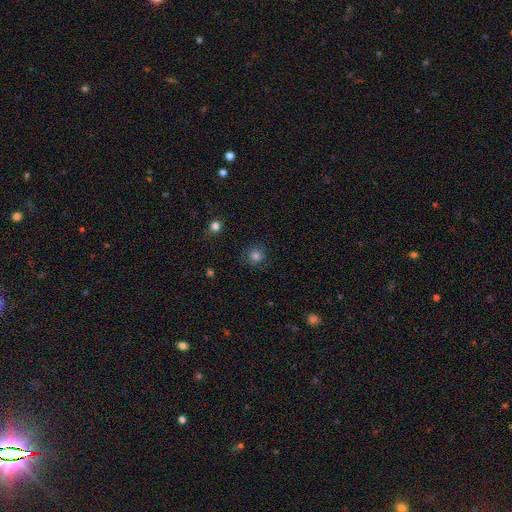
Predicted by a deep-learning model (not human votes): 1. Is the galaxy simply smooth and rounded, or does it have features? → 78% smooth, 14% star or artifact, 8% featured or disk.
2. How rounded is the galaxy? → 89% round, 10% in between, 1% cigar-shaped.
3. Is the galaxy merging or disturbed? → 80% none, 14% minor disturbance, 5% major disturbance, 1% merger.